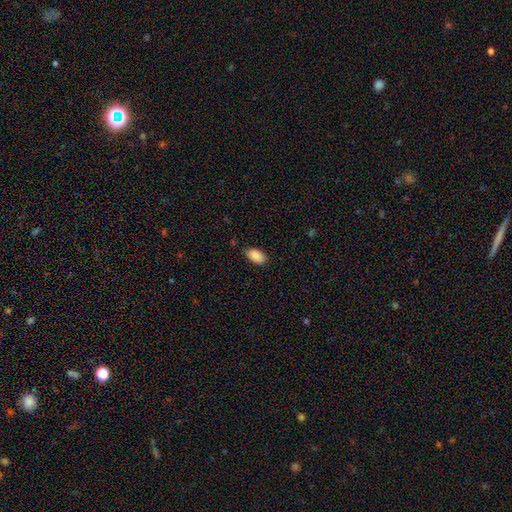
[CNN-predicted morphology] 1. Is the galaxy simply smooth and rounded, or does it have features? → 90% smooth, 7% star or artifact, 3% featured or disk.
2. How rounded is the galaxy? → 94% in between, 4% round, 2% cigar-shaped.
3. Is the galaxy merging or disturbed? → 84% none, 12% minor disturbance, 2% major disturbance, 1% merger.